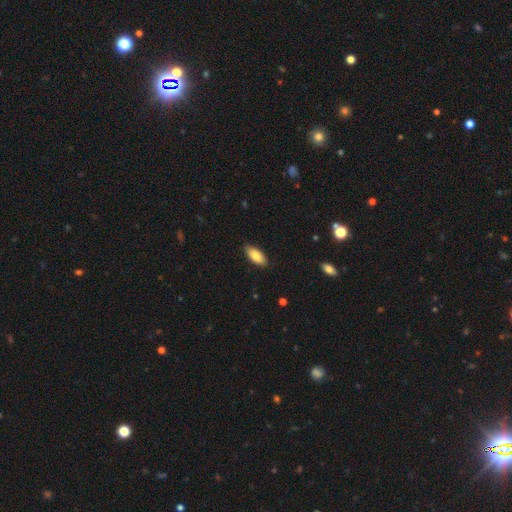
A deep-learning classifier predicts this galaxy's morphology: smooth_or_featured: smooth (p=0.85) [alt: featured or disk p=0.09]
how_rounded: in between (p=0.90) [alt: cigar-shaped p=0.08]
merging: none (p=0.87) [alt: minor disturbance p=0.10]